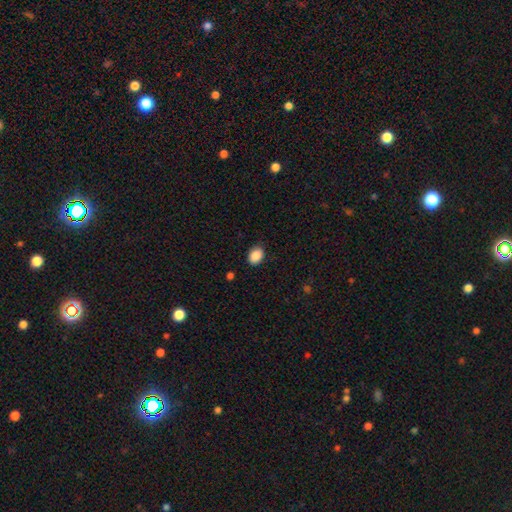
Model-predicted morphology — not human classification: This is clearly a smooth galaxy (89%). How rounded: likely in between (75%). Merging: clearly none (83%).